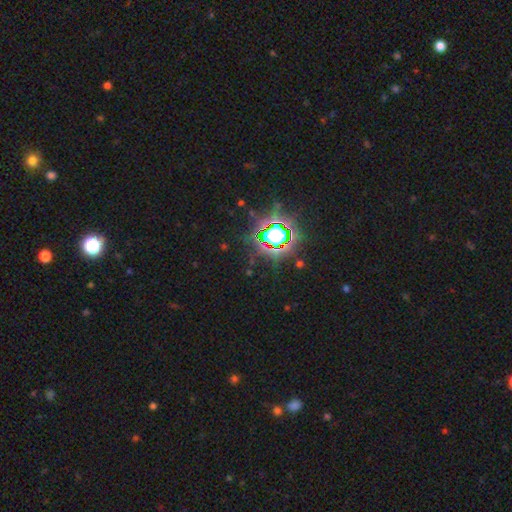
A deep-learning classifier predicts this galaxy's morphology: star or artifact 82%, smooth 10%, featured or disk 8%.